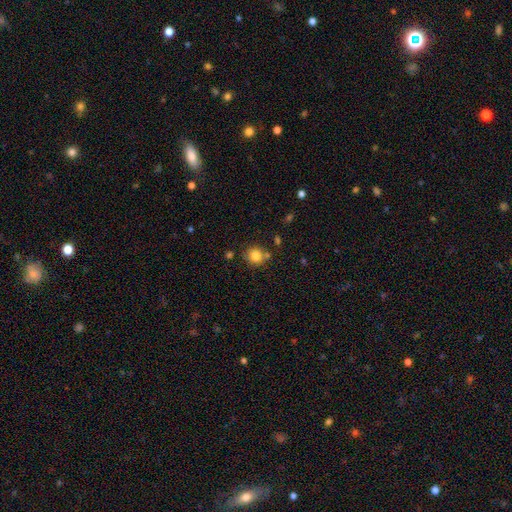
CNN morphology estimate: Smooth or featured: smooth — 83% (star or artifact — 11%)
How rounded: round — 87% (in between — 12%)
Merging: none — 75% (minor disturbance — 11%)